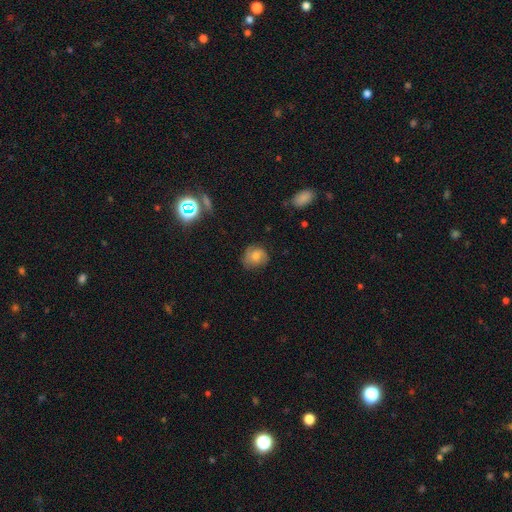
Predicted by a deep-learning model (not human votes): smooth 65%, featured or disk 22%, star or artifact 12%. Down the decision tree: how rounded — round (70%); merging — none (67%).